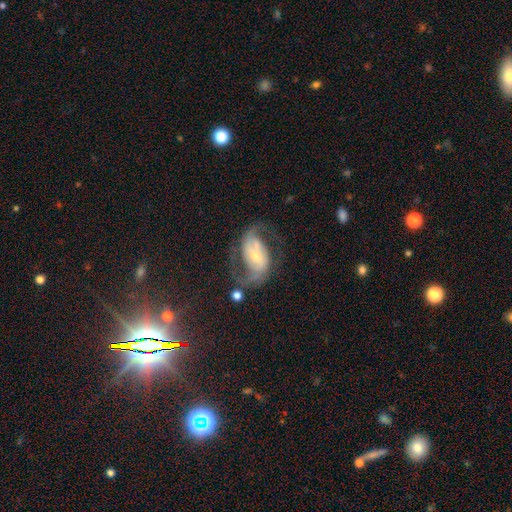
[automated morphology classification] The model was most divided on "spiral winding": medium: 45%, loose: 44%, tight: 11%. Remaining: edge-on disk — no (97%); spiral arms — yes (95%); spiral arm count — 2 (91%); smooth or featured — featured or disk (86%); merging — none (61%); bulge size — small (48%); bar — weak (38%).